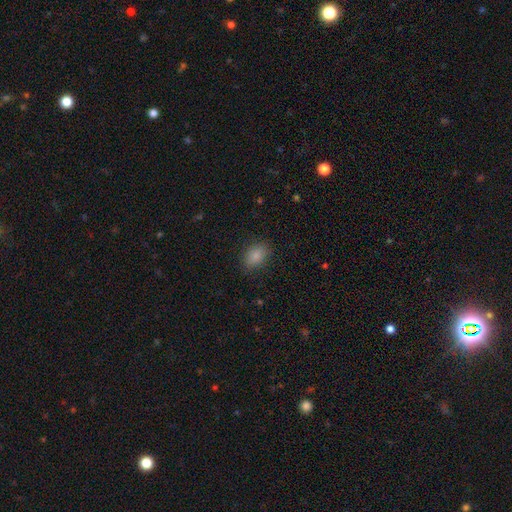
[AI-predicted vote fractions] smooth-or-featured: smooth: 86% | star or artifact: 9% | featured or disk: 5%
  how-rounded: in between: 78% | round: 20% | cigar-shaped: 1%
  merging: none: 85% | minor disturbance: 11% | major disturbance: 3% | merger: 1%